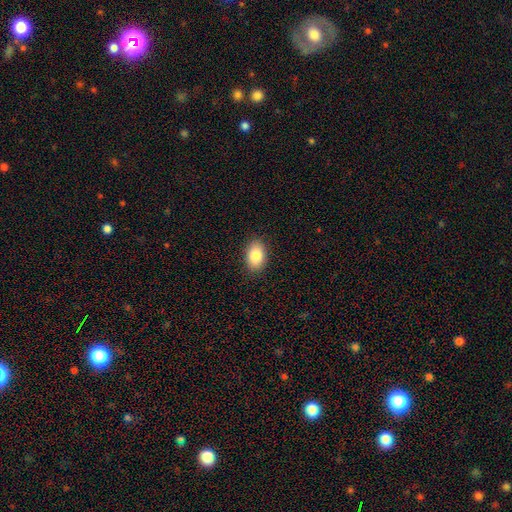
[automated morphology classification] A smooth galaxy with no disk features (86%) that is in between round and cigar-shaped (88%).

Vote fractions:
- Smooth or featured? smooth: 86% / star or artifact: 8% / featured or disk: 7%
- How rounded? in between: 88% / round: 11% / cigar-shaped: 1%
- Merging? none: 89% / minor disturbance: 8% / major disturbance: 2% / merger: 1%